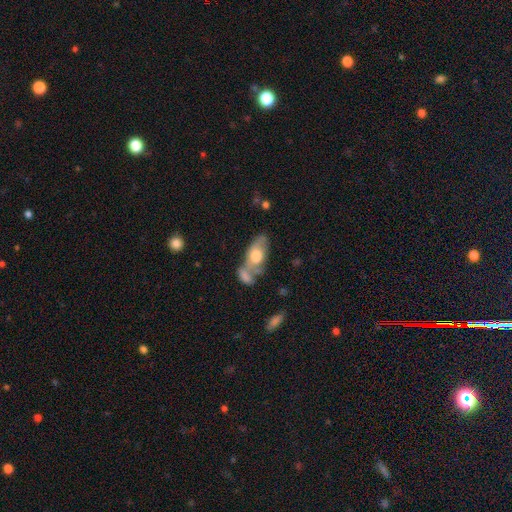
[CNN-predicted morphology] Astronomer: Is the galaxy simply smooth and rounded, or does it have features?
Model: smooth — 55% (runner-up: featured or disk, 38%).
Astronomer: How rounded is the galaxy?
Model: in between — 86%.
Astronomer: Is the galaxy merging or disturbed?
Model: merger — 41% (runner-up: none, 34%).